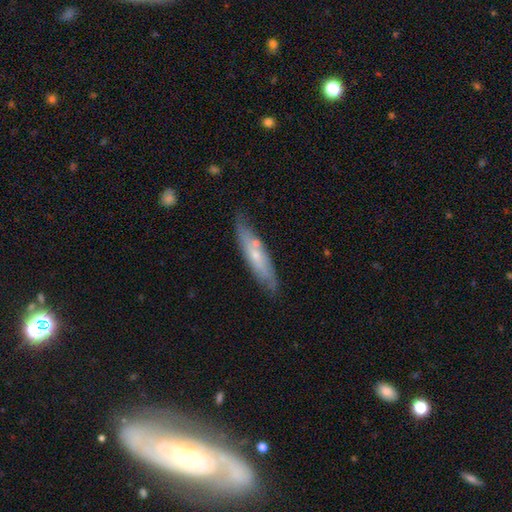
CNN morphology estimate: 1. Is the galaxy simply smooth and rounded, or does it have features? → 51% featured or disk, 43% smooth, 6% star or artifact.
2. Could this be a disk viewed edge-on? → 58% yes, 42% no.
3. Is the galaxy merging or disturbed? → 75% none, 17% minor disturbance, 5% merger, 3% major disturbance.